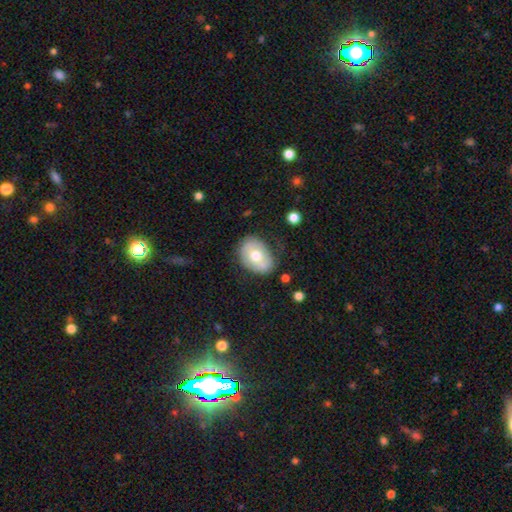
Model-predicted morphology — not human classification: The model was most divided on "smooth or featured": smooth: 58%, featured or disk: 35%, star or artifact: 7%. More confident: how rounded — in between (72%); merging — none (69%).